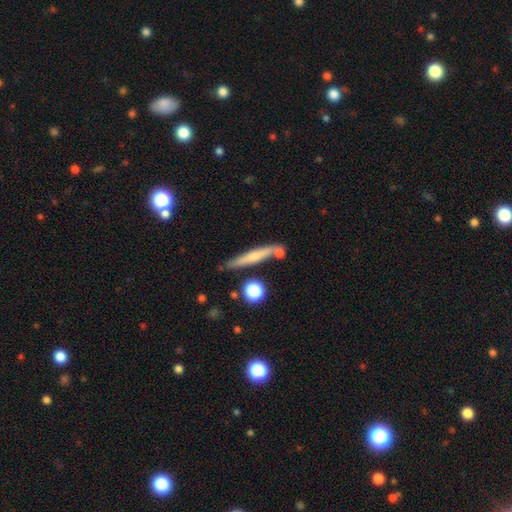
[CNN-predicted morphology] Q: Smooth or featured?
A: smooth (53%); runner-up: featured or disk (40%)
Q: How rounded?
A: cigar-shaped (89%); runner-up: in between (7%)
Q: Merging?
A: none (72%); runner-up: minor disturbance (13%)